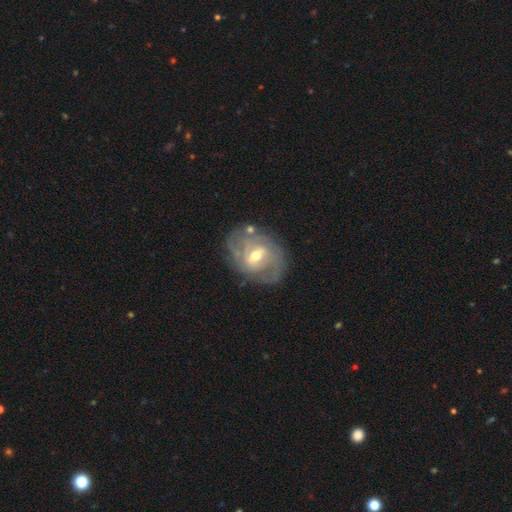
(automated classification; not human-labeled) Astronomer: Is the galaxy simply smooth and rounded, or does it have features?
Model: featured or disk — 79%.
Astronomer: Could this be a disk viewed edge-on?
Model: no — 96%.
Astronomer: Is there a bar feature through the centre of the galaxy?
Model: weak — 53% (runner-up: strong, 29%).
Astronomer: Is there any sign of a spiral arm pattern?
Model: yes — 80%.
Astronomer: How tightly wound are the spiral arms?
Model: tight — 52% (runner-up: medium, 34%).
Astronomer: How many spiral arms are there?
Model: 2 — 42% (runner-up: can't tell, 33%).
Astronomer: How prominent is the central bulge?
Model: moderate — 68%.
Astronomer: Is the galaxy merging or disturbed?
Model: none — 68%.